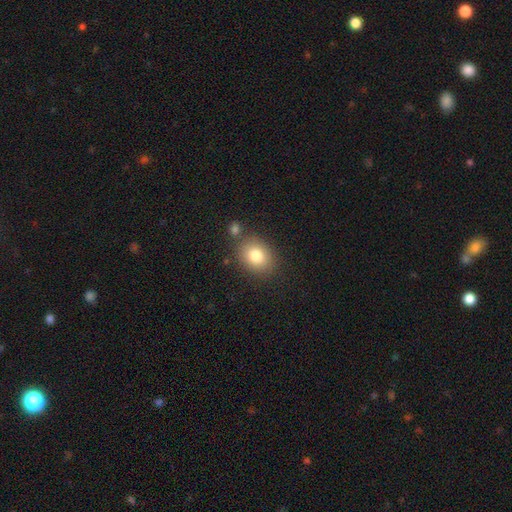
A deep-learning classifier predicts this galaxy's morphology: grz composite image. It shows a smooth galaxy with no disk features (81%) that is in between round and cigar-shaped (57%). Merging: none (75%).